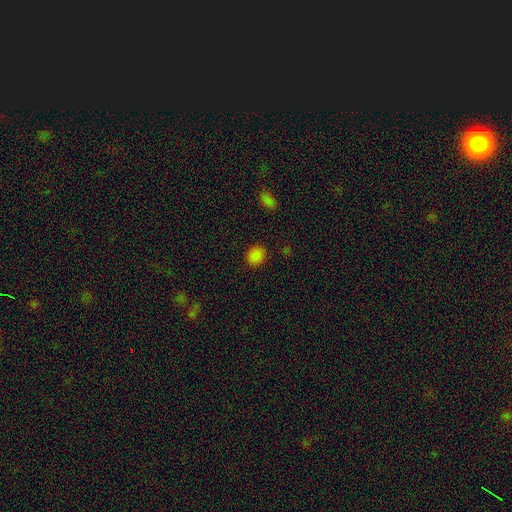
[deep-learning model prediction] The model was most divided on "how rounded": round: 63%, in between: 36%, cigar-shaped: 1%. More confident: merging — none (88%); smooth or featured — smooth (84%).